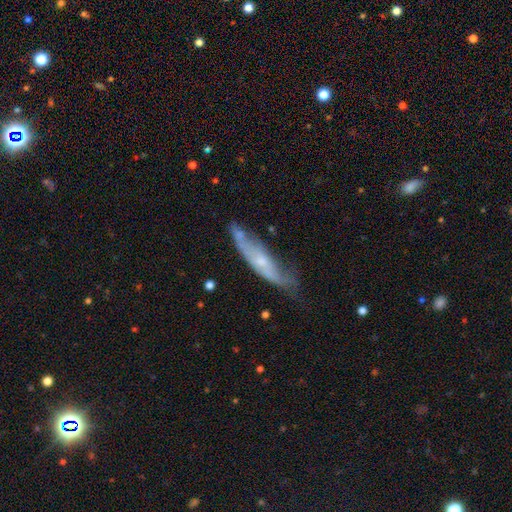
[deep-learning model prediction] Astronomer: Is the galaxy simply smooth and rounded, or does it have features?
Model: featured or disk — 59%.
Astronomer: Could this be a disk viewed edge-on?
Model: yes — 57% (runner-up: no, 43%).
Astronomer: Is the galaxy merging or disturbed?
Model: none — 62%.